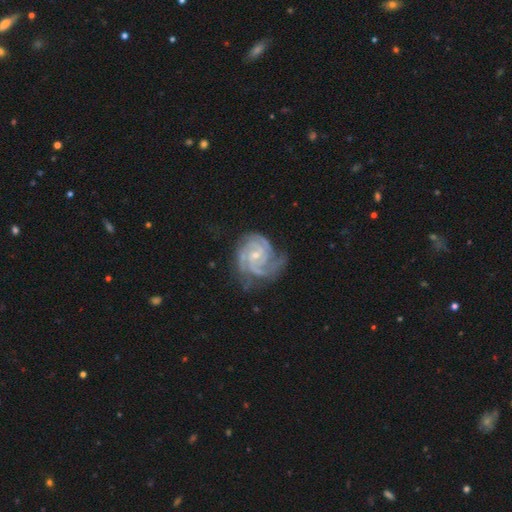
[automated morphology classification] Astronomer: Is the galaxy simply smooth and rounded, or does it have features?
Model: featured or disk — 93%.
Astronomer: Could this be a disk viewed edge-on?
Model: no — 98%.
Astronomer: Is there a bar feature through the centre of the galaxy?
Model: no — 53% (runner-up: weak, 38%).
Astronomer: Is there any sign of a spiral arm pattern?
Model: yes — 99%.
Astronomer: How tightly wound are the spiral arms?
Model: tight — 69%.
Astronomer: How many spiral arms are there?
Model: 3 — 46%.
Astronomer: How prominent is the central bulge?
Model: small — 66%.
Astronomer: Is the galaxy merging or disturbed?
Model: none — 66%.